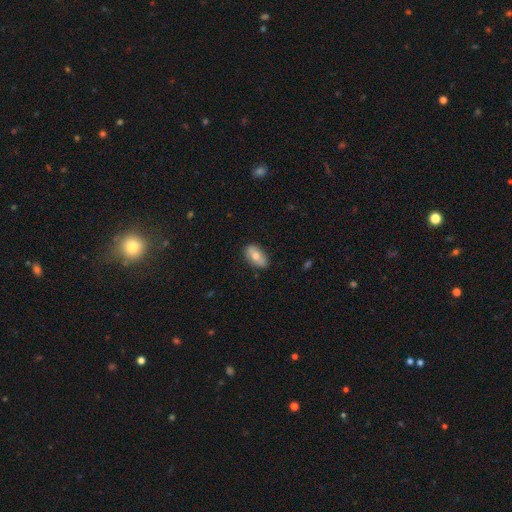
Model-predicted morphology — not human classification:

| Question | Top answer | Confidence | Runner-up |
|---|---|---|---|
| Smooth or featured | smooth | 67% | featured or disk (26%) |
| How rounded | in between | 91% | round (5%) |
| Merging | none | 84% | minor disturbance (13%) |